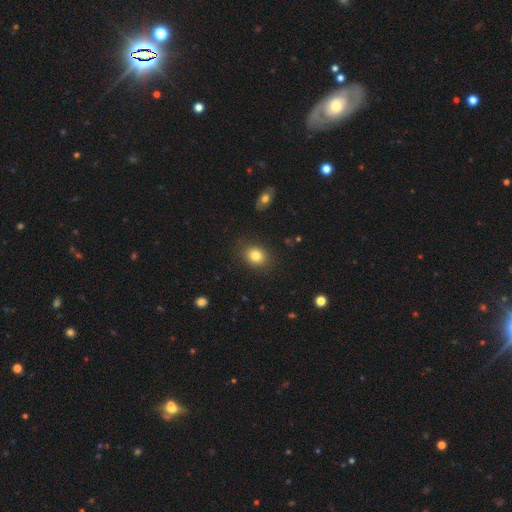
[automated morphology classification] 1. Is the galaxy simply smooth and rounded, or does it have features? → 81% smooth, 10% star or artifact, 8% featured or disk.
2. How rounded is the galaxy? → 53% in between, 46% round, 1% cigar-shaped.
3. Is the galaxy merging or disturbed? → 85% none, 10% minor disturbance, 3% major disturbance, 1% merger.